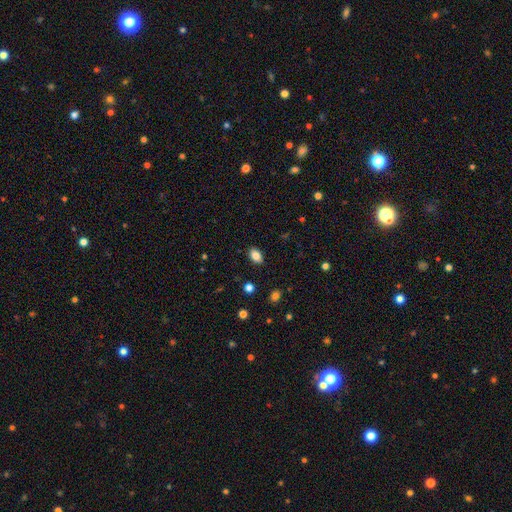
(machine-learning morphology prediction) A smooth galaxy with no disk features (84%) that is in between round and cigar-shaped (88%). Merging: none (88%).